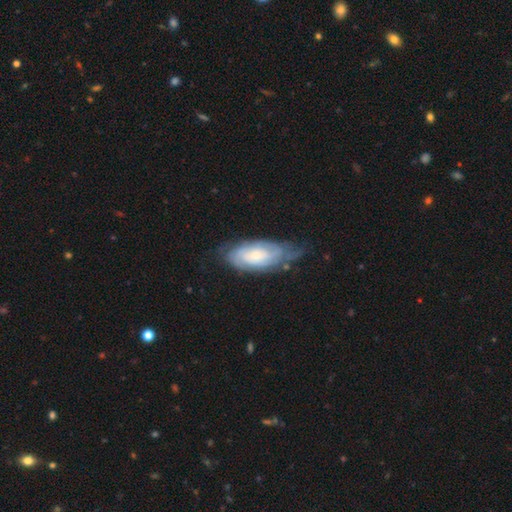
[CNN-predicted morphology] Q: Smooth or featured?
A: featured or disk (71%); runner-up: smooth (23%)
Q: Edge-on disk?
A: no (92%); runner-up: yes (8%)
Q: Bar?
A: no (70%); runner-up: weak (25%)
Q: Spiral arms?
A: yes (90%); runner-up: no (10%)
Q: Spiral winding?
A: tight (69%); runner-up: medium (25%)
Q: Spiral arm count?
A: can't tell (51%); runner-up: 2 (26%)
Q: Bulge size?
A: small (57%); runner-up: moderate (35%)
Q: Merging?
A: none (56%); runner-up: minor disturbance (30%)